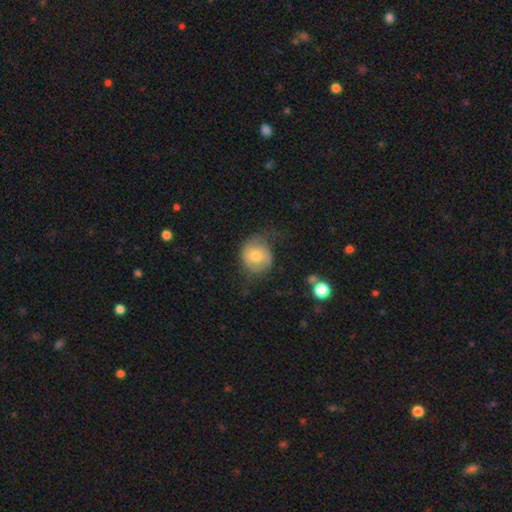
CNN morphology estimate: The model was most divided on "merging": none: 51%, minor disturbance: 29%, major disturbance: 18%, merger: 2%. More confident: how rounded — round (78%); smooth or featured — smooth (58%).